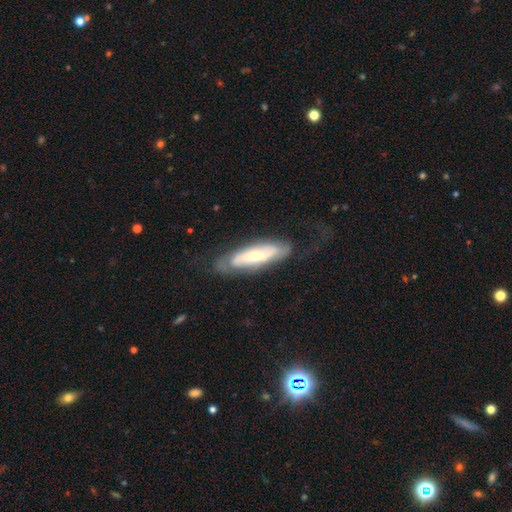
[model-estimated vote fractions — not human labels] Smooth or featured: featured or disk — 60% (smooth — 34%)
Edge-on disk: no — 70% (yes — 30%)
Merging: none — 66% (minor disturbance — 21%)